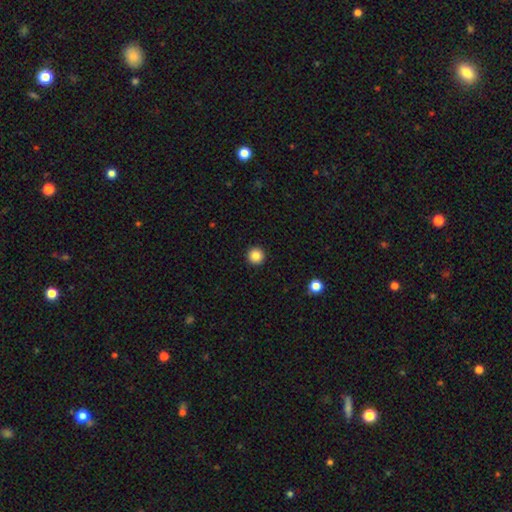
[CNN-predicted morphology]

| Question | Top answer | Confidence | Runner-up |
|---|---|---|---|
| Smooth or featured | smooth | 85% | star or artifact (10%) |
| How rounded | round | 96% | in between (3%) |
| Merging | none | 94% | minor disturbance (4%) |